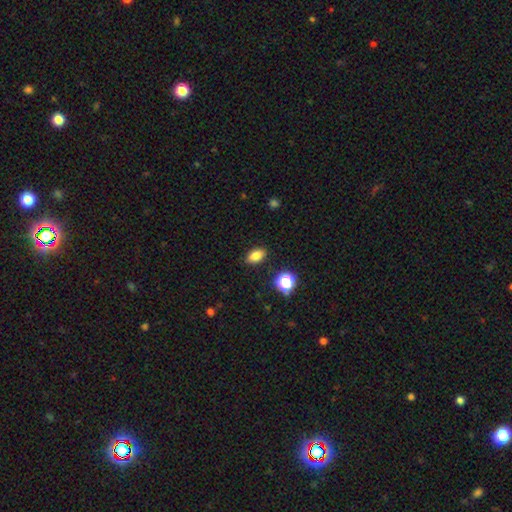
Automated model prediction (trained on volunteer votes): smooth_or_featured: smooth (p=0.84) [alt: star or artifact p=0.11]
how_rounded: in between (p=0.86) [alt: round p=0.11]
merging: none (p=0.88) [alt: minor disturbance p=0.08]